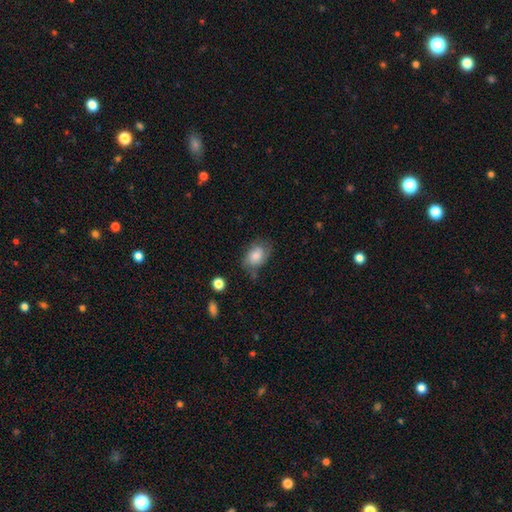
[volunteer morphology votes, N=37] Q: Smooth or featured?
A: smooth (76%); runner-up: featured or disk (24%)
Q: How rounded?
A: in between (79%); runner-up: round (21%)
Q: Merging?
A: none (51%); runner-up: minor disturbance (30%)